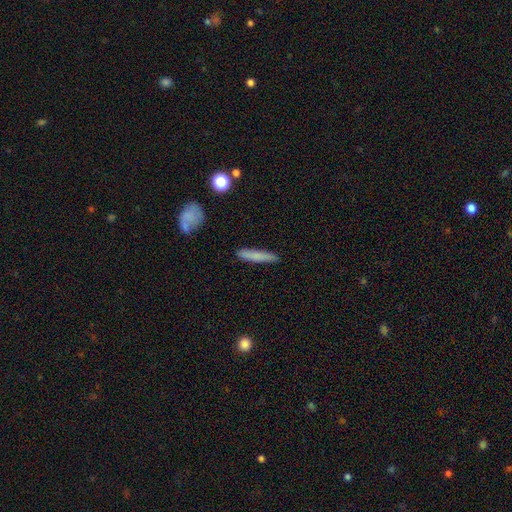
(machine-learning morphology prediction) smooth_or_featured: smooth (p=0.75) [alt: featured or disk p=0.18]
how_rounded: cigar-shaped (p=0.92) [alt: in between p=0.06]
merging: none (p=0.87) [alt: minor disturbance p=0.09]